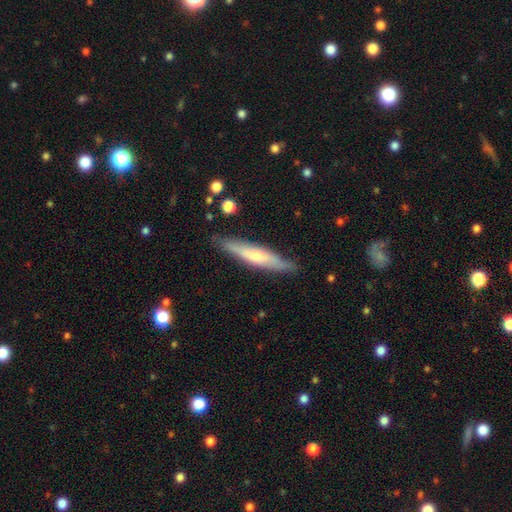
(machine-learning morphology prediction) type=smooth (50%); roundness=cigar-shaped (88%); merging=none (85%).